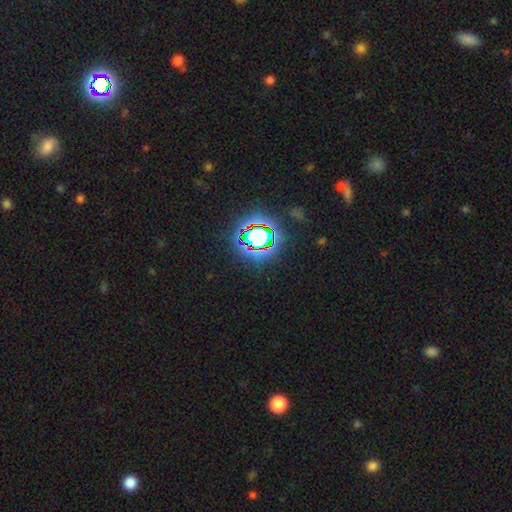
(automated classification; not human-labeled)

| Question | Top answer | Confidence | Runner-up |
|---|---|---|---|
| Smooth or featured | star or artifact | 81% | smooth (12%) |